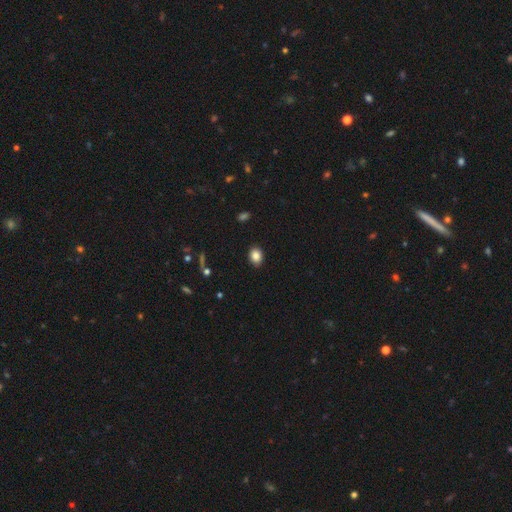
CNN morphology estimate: The model was most divided on "how rounded": in between: 61%, round: 38%, cigar-shaped: 1%. More confident: merging — none (88%); smooth or featured — smooth (85%).